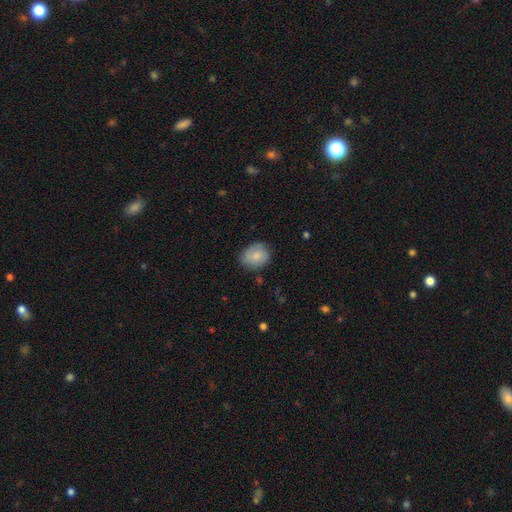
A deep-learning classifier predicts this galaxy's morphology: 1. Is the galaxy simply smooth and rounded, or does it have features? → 75% smooth, 18% featured or disk, 7% star or artifact.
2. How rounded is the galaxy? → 51% round, 48% in between, 1% cigar-shaped.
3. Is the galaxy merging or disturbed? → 74% none, 20% minor disturbance, 4% major disturbance, 2% merger.